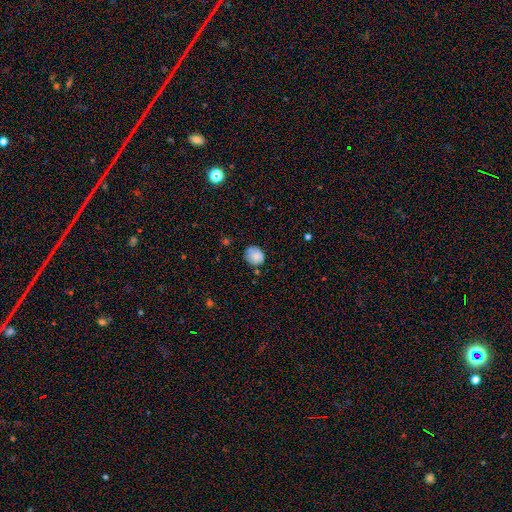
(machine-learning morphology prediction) smooth_or_featured: smooth (p=0.78) [alt: featured or disk p=0.13]
how_rounded: round (p=0.68) [alt: in between p=0.31]
merging: none (p=0.66) [alt: minor disturbance p=0.27]